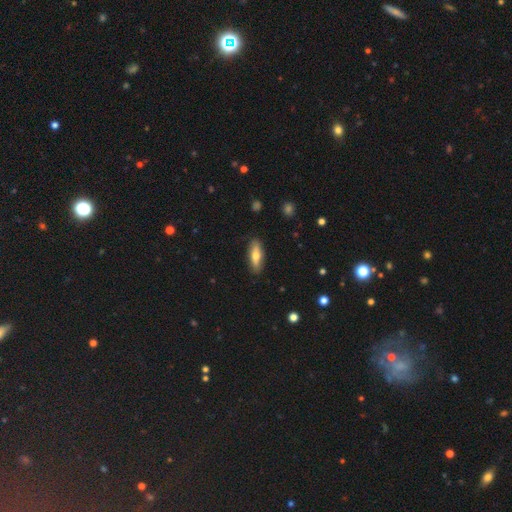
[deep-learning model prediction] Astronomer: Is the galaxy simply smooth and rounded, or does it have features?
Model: smooth — 62%.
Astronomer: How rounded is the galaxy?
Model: in between — 51% (runner-up: cigar-shaped, 46%).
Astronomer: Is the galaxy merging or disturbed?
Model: none — 87%.